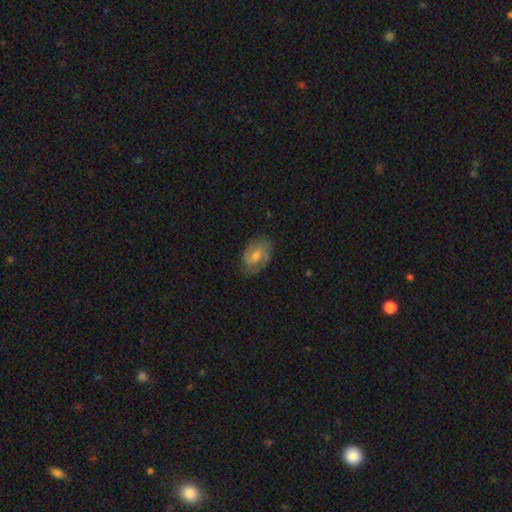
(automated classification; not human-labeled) A featured or disk galaxy (56%) with no bar (48%), spiral arms (83%) and a moderate central bulge (56%).

Vote fractions:
- Smooth or featured? featured or disk: 56% / smooth: 35% / star or artifact: 9%
- Edge-on disk? no: 96% / yes: 4%
- Bar? no: 48% / weak: 44% / strong: 8%
- Spiral arms? yes: 83% / no: 17%
- Bulge size? moderate: 56% / small: 32% / none: 5% / large: 5% / dominant: 1%
- Merging? none: 75% / minor disturbance: 18% / major disturbance: 6% / merger: 1%